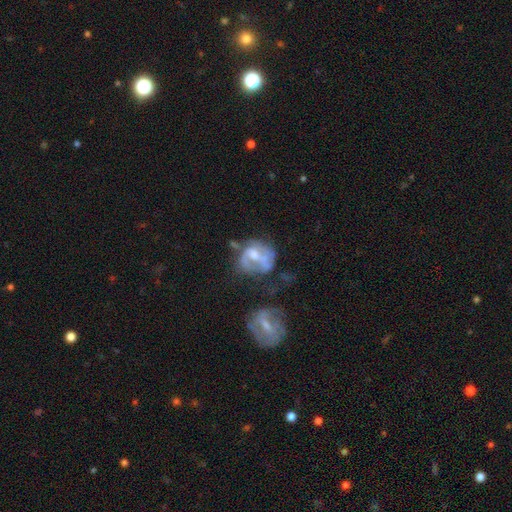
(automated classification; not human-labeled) Smooth or featured? featured or disk (65%)
Edge-on disk? no (97%)
Bar? no (50%)
Spiral arms? yes (59%)
Bulge size? moderate (50%)
Merging? none (35%)